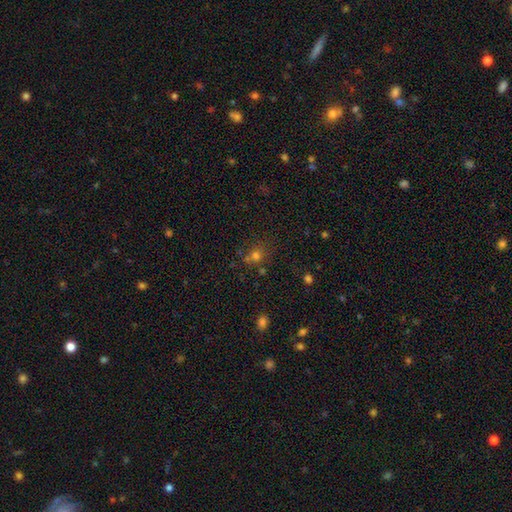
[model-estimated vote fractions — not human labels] Smooth or featured? smooth (67%)
How rounded? round (80%)
Merging? none (64%)